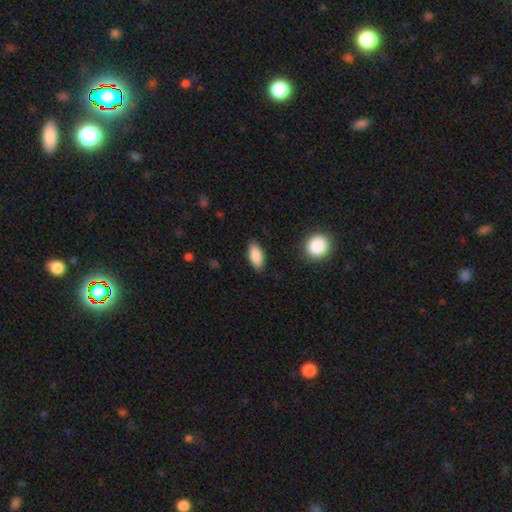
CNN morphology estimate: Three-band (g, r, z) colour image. It shows a smooth galaxy with no disk features (88%) that is in between round and cigar-shaped (86%). Merging: none (87%).